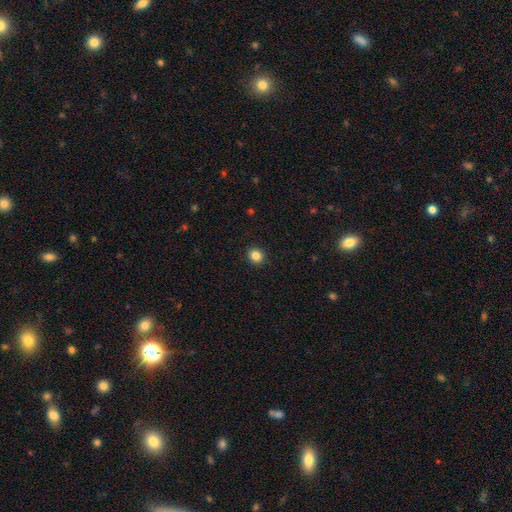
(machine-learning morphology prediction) Smooth or featured? smooth (85%)
How rounded? round (86%)
Merging? none (93%)